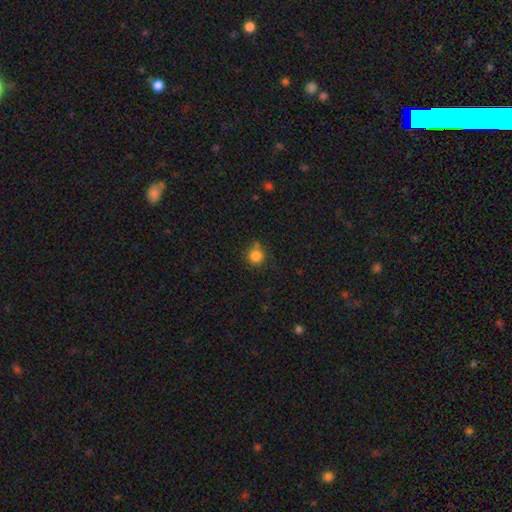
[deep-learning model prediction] Smooth or featured? Predicted: smooth (p=0.84). How rounded? Predicted: round (p=0.92). Merging? Predicted: none (p=0.70).